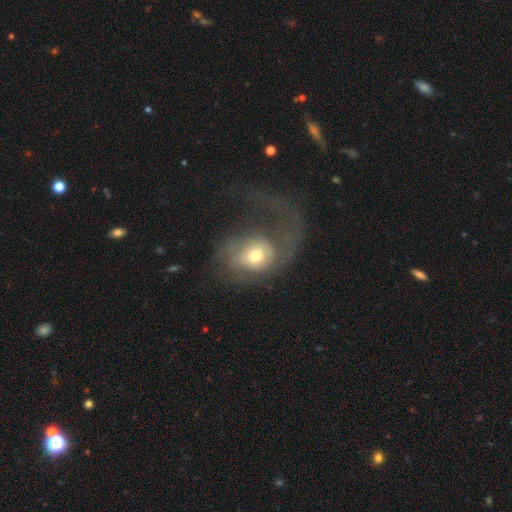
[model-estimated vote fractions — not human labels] Smooth or featured: smooth — 46% (featured or disk — 45%)
Merging: major disturbance — 63% (none — 20%)